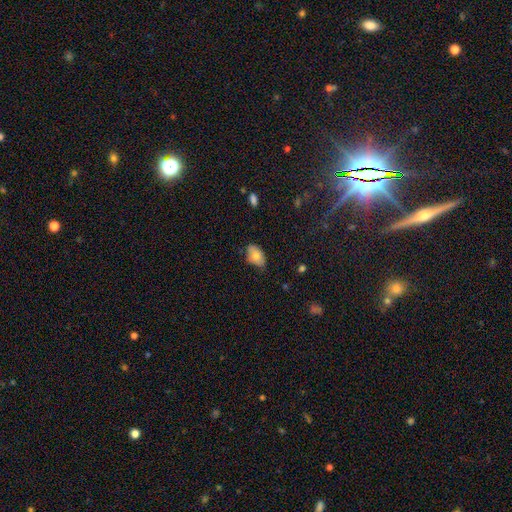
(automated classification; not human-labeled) Smooth or featured: smooth — 77% (featured or disk — 16%)
How rounded: in between — 90% (round — 9%)
Merging: none — 68% (minor disturbance — 27%)